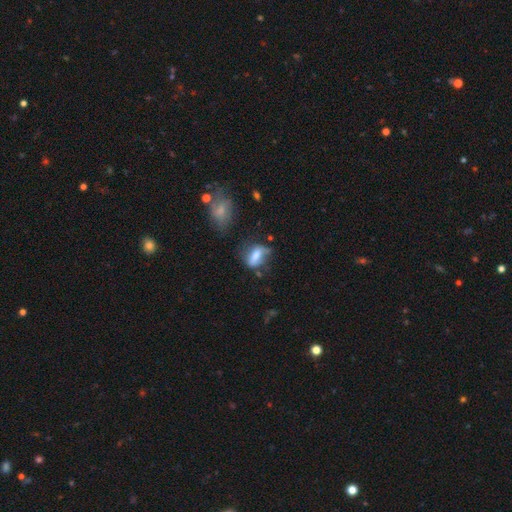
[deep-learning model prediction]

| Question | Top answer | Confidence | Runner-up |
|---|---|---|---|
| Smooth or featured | smooth | 61% | featured or disk (30%) |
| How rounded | in between | 78% | round (12%) |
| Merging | none | 43% | minor disturbance (32%) |